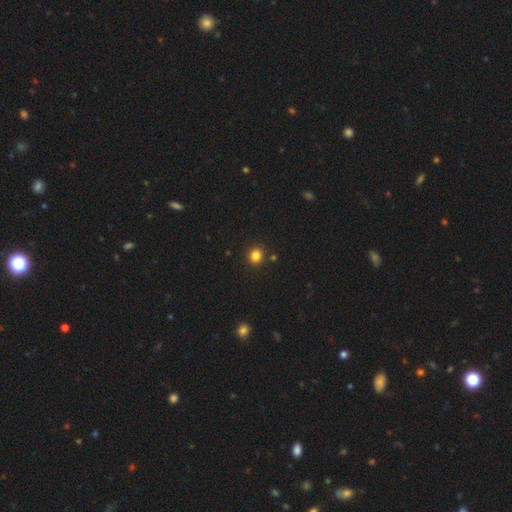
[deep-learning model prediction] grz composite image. It shows a smooth galaxy with no disk features (83%) that is round (85%). Merging: none (89%).